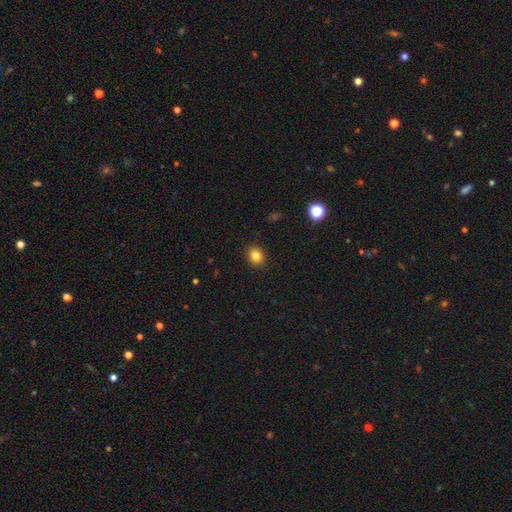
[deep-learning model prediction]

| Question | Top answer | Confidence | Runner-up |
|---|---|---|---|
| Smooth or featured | smooth | 83% | star or artifact (11%) |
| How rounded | round | 69% | in between (30%) |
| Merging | none | 91% | minor disturbance (6%) |